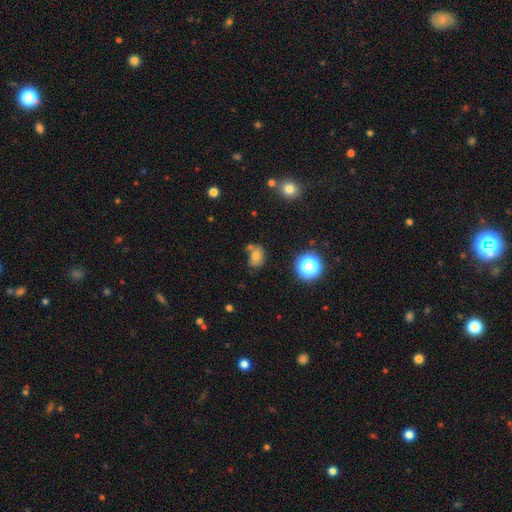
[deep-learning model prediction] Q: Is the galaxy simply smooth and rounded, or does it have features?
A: smooth — 70%.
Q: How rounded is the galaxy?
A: in between — 65%.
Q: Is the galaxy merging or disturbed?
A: none — 55%.